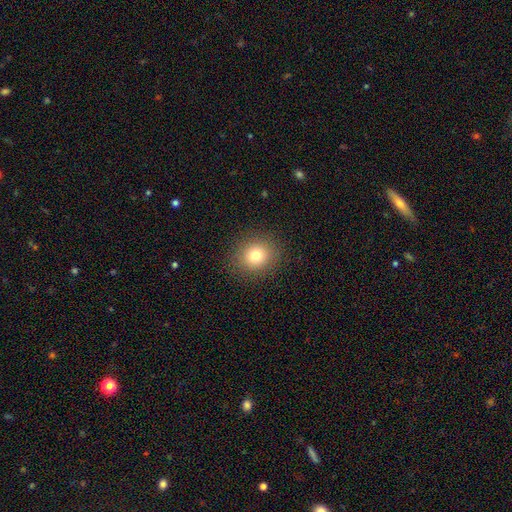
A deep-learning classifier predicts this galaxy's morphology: Smooth or featured?
  - smooth: 78% *
  - star or artifact: 13%
  - featured or disk: 9%
How rounded?
  - round: 79% *
  - in between: 20%
  - cigar-shaped: 1%
Merging?
  - none: 89% *
  - minor disturbance: 7%
  - major disturbance: 3%
  - merger: 1%